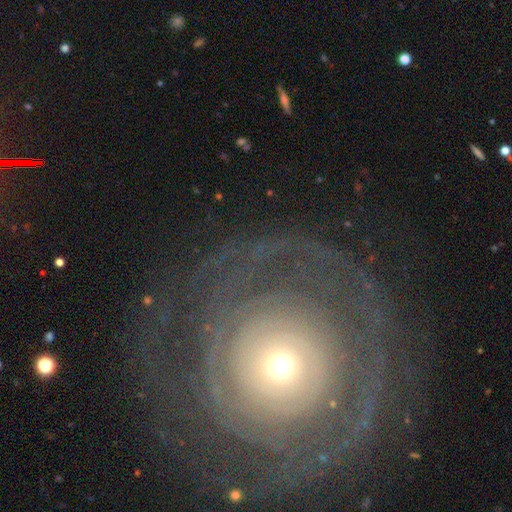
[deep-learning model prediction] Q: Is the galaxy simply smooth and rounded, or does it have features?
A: featured or disk — 75%.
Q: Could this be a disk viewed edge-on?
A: no — 96%.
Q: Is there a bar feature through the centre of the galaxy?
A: no — 87%.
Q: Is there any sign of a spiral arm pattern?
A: yes — 78%.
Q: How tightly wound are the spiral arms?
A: tight — 78%.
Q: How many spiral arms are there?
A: can't tell — 42%.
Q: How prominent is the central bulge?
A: small — 56%.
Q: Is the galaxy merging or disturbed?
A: none — 72%.